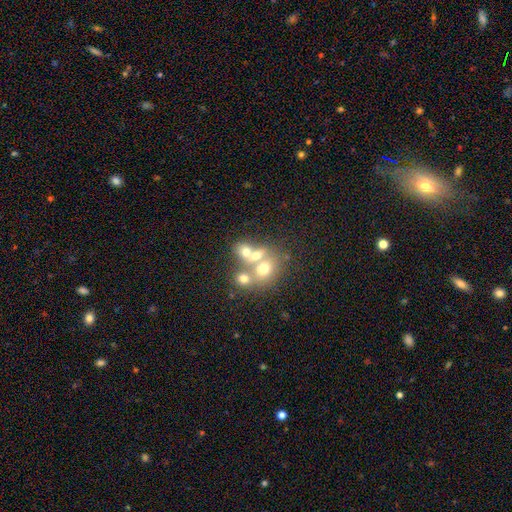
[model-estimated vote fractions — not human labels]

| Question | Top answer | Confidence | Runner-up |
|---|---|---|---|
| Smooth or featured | smooth | 59% | featured or disk (26%) |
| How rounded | round | 54% | in between (45%) |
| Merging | merger | 55% | none (31%) |